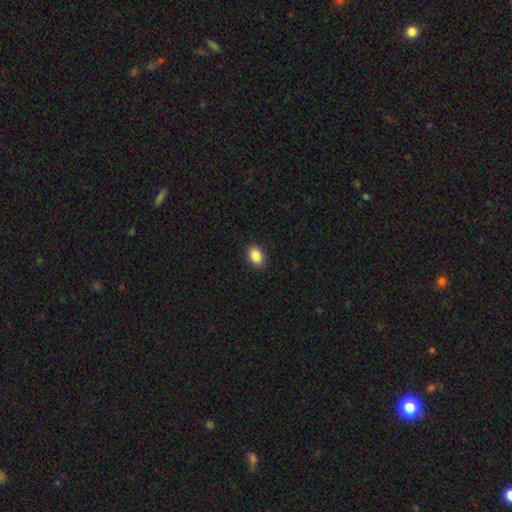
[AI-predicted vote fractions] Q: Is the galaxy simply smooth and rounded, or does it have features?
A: smooth — 87%.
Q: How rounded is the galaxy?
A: in between — 76%.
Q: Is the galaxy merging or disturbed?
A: none — 89%.